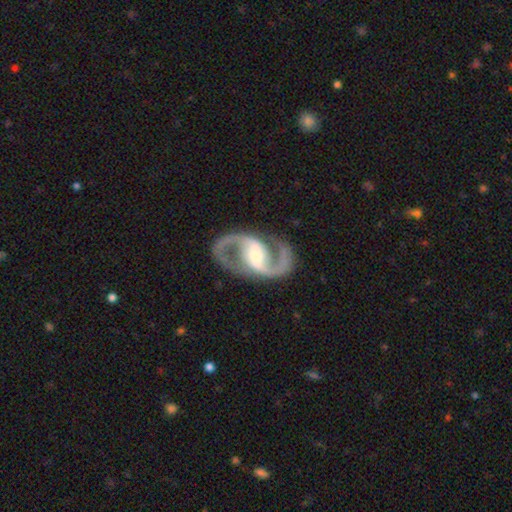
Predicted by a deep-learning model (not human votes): This is clearly a featured or disk galaxy (92%). It is clearly not viewed edge-on (98%). Bar: possibly strong (47%). Spiral arm pattern: clearly yes (97%). Spiral arm count: clearly 2 (94%). Spiral winding: likely medium (60%). Central bulge: possibly moderate (46%). Merging: clearly none (84%).